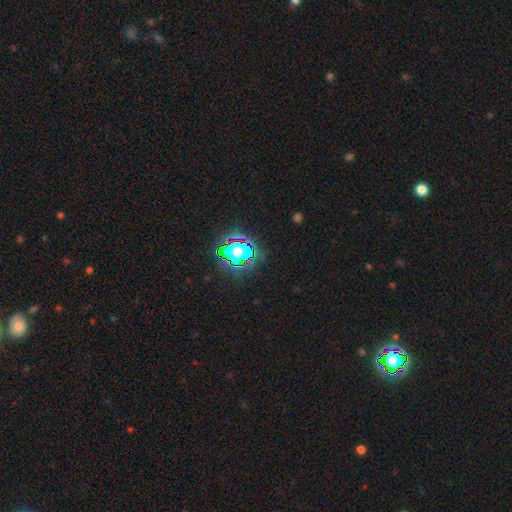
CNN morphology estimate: Q: Smooth or featured?
A: star or artifact (79%); runner-up: smooth (13%)